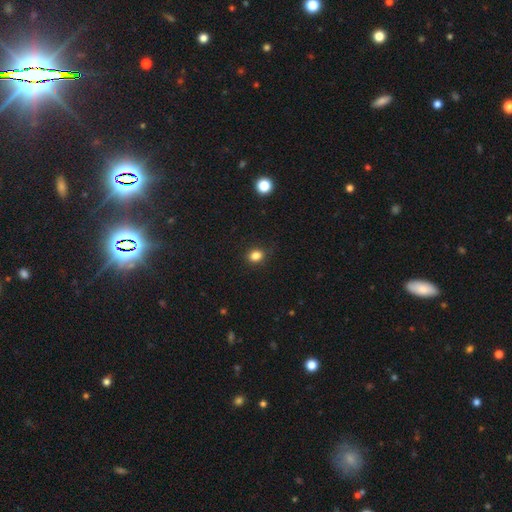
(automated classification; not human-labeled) A smooth galaxy with no disk features (84%) that is round (53%).

Vote fractions:
- Smooth or featured? smooth: 84% / star or artifact: 12% / featured or disk: 4%
- How rounded? round: 53% / in between: 46% / cigar-shaped: 1%
- Merging? none: 86% / minor disturbance: 11% / major disturbance: 3% / merger: 1%